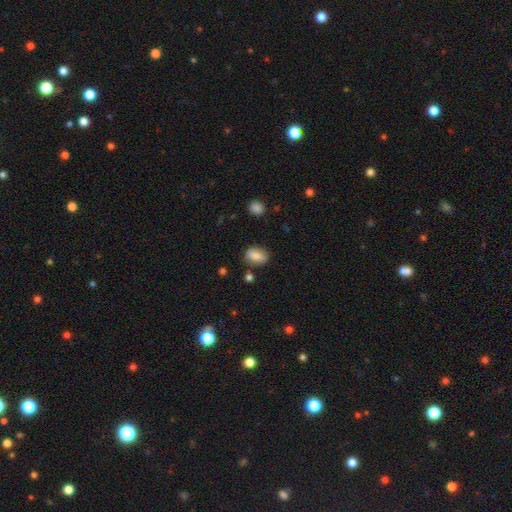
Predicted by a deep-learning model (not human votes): smooth-or-featured: smooth: 80% | featured or disk: 12% | star or artifact: 8%
  how-rounded: in between: 84% | round: 13% | cigar-shaped: 4%
  merging: none: 80% | minor disturbance: 13% | major disturbance: 3% | merger: 3%